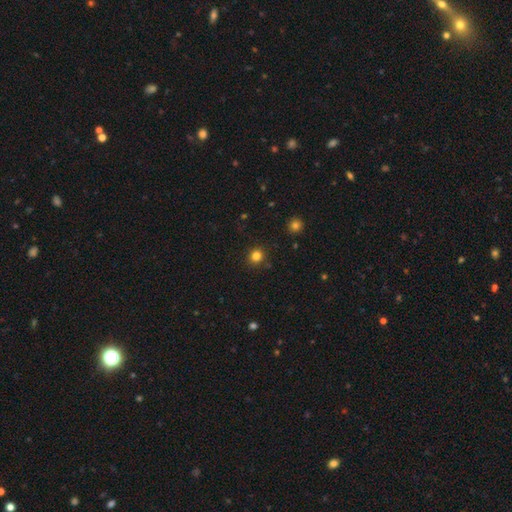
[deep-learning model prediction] smooth-or-featured: smooth: 81% | star or artifact: 14% | featured or disk: 5%
  how-rounded: round: 89% | in between: 10% | cigar-shaped: 1%
  merging: none: 89% | minor disturbance: 7% | major disturbance: 2% | merger: 2%